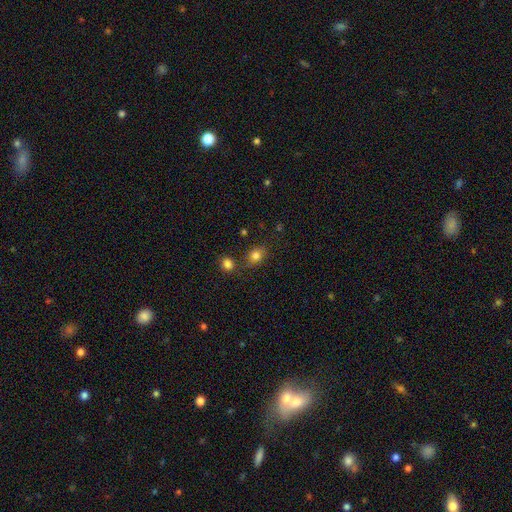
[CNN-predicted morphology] smooth-or-featured: smooth: 80% | star or artifact: 12% | featured or disk: 8%
  how-rounded: in between: 50% | round: 48% | cigar-shaped: 1%
  merging: none: 70% | minor disturbance: 15% | merger: 11% | major disturbance: 4%